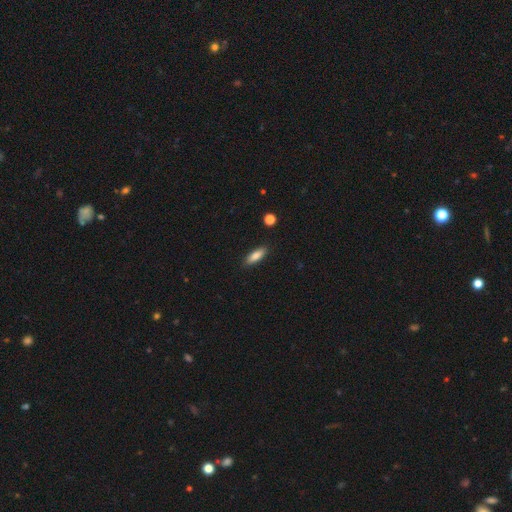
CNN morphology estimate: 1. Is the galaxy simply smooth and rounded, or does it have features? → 83% smooth, 10% featured or disk, 7% star or artifact.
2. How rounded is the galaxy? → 59% in between, 39% cigar-shaped, 2% round.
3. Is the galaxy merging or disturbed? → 88% none, 8% minor disturbance, 2% major disturbance, 1% merger.